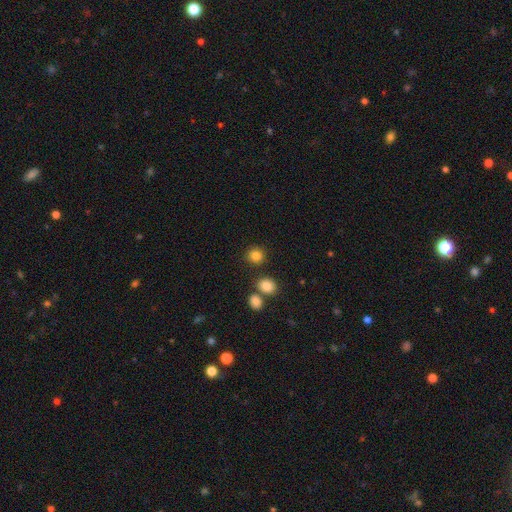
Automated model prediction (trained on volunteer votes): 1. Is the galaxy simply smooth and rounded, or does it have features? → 84% smooth, 11% star or artifact, 5% featured or disk.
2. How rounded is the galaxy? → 85% round, 14% in between, 1% cigar-shaped.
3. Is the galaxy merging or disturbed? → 81% none, 8% merger, 8% minor disturbance, 3% major disturbance.